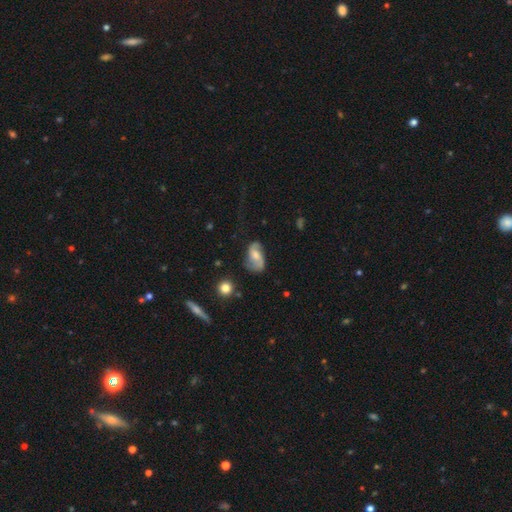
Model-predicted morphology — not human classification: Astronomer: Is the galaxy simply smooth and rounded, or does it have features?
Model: featured or disk — 64%.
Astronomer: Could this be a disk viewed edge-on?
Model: no — 96%.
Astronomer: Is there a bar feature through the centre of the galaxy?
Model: no — 52% (runner-up: weak, 39%).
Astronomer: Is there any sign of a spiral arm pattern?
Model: yes — 90%.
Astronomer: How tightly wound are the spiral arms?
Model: loose — 51% (runner-up: medium, 36%).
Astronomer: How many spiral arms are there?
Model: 2 — 86%.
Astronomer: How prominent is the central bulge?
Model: moderate — 53%.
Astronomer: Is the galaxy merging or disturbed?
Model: none — 63%.